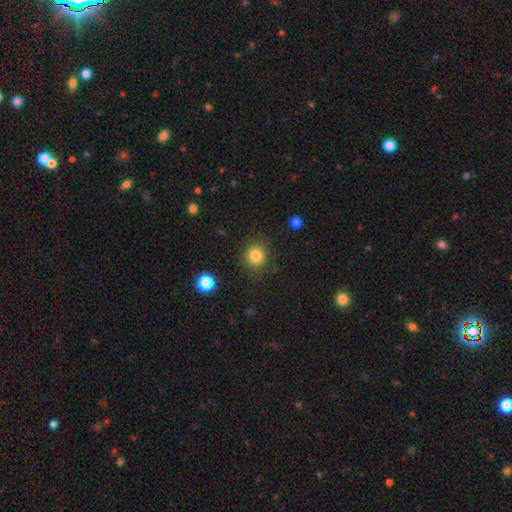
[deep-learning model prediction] A smooth galaxy with no disk features (83%) that is round (90%). Merging: none (87%).